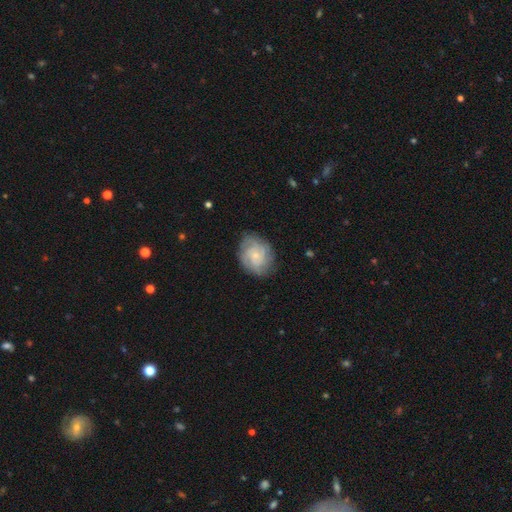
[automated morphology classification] A featured or disk galaxy (67%) with no bar (78%), tight (61%) spiral arms (90%) and a small central bulge (75%). Merging: none (76%).